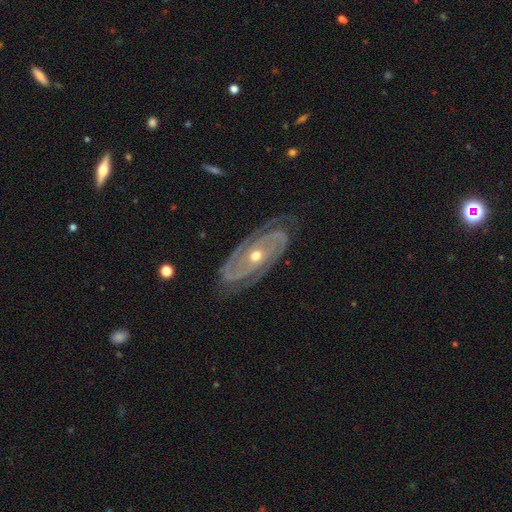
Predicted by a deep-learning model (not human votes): This is clearly a featured or disk galaxy (93%). It is clearly not viewed edge-on (96%). Bar: likely no (74%). Spiral arm pattern: clearly yes (98%). Spiral arm count: clearly 2 (89%). Spiral winding: likely tight (74%). Central bulge: likely moderate (65%). Merging: likely none (80%).